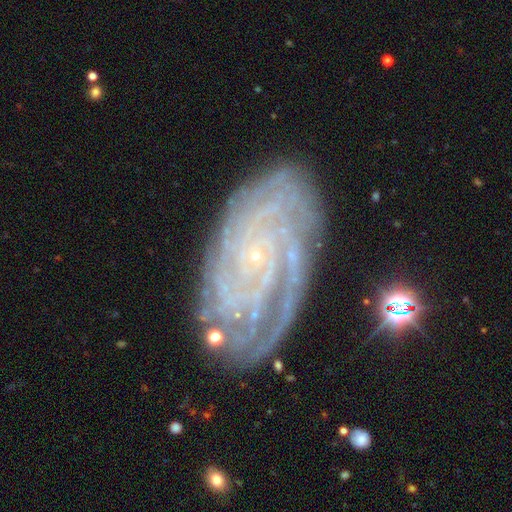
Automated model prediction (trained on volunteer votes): A featured or disk galaxy (90%) with no bar (77%), 4 (23%, tied with more than 4) tight (84%) spiral arms (98%) and a small central bulge (91%).

Vote fractions:
- Smooth or featured? featured or disk: 90% / star or artifact: 6% / smooth: 4%
- Edge-on disk? no: 96% / yes: 4%
- Bar? no: 77% / weak: 16% / strong: 7%
- Spiral arms? yes: 98% / no: 2%
- Spiral winding? tight: 84% / medium: 14% / loose: 3%
- Spiral arm count? 4: 23% (tied) / more than 4: 23% (tied) / can't tell: 19% / 3: 14% / 2: 12% / 1: 8%
- Bulge size? small: 91% / moderate: 5% / none: 3% / large: 1% / dominant: 1%
- Merging? none: 78% / minor disturbance: 16% / major disturbance: 5% / merger: 2%